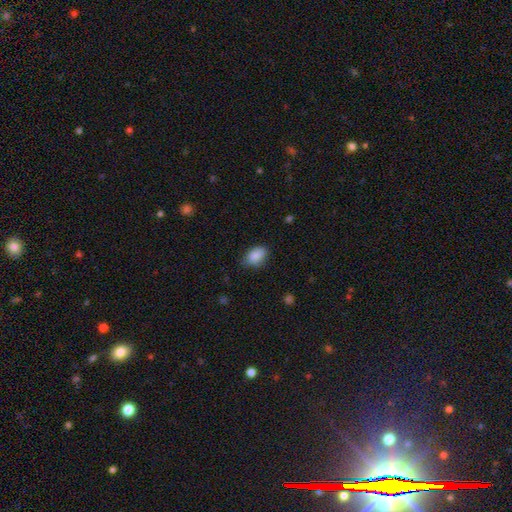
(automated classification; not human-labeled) Morphology: type=smooth (87%); roundness=in between (87%); merging=none (71%).